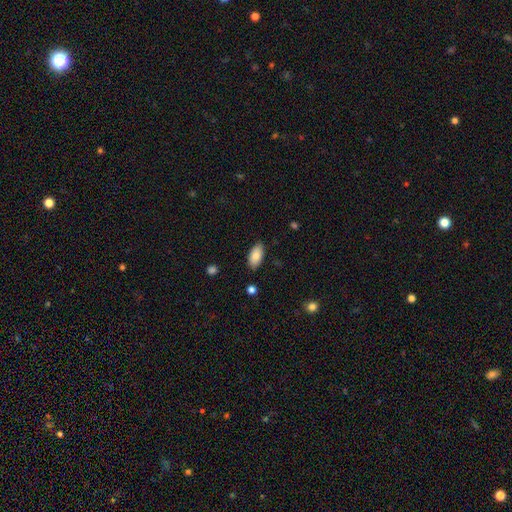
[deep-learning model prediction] The model was most divided on "merging": none: 86%, minor disturbance: 10%, major disturbance: 2%, merger: 1%. More confident: how rounded — in between (93%); smooth or featured — smooth (85%).